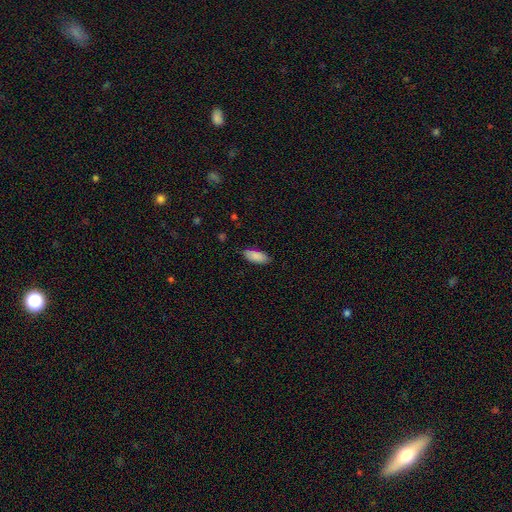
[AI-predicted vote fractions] Smooth or featured: smooth — 88% (star or artifact — 6%)
How rounded: in between — 84% (cigar-shaped — 14%)
Merging: none — 83% (minor disturbance — 14%)